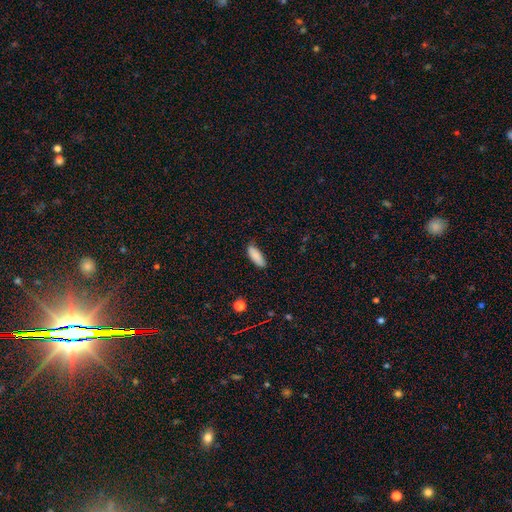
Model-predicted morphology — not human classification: This is clearly a smooth galaxy (88%). How rounded: likely in between (68%). Merging: likely none (79%).